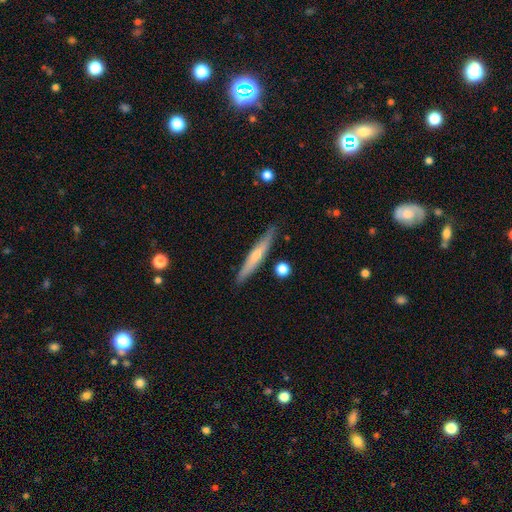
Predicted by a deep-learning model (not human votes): Smooth or featured? Predicted: smooth (p=0.51). How rounded? Predicted: cigar-shaped (p=0.94). Merging? Predicted: none (p=0.87).